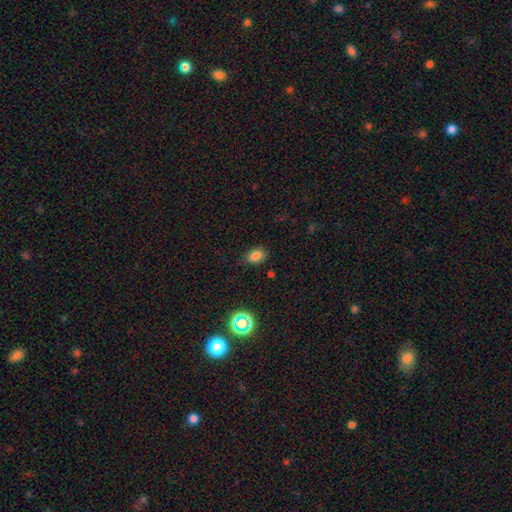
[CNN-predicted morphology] The model was most divided on "how rounded": in between: 72%, round: 26%, cigar-shaped: 1%. More confident: smooth or featured — smooth (79%); merging — none (72%).